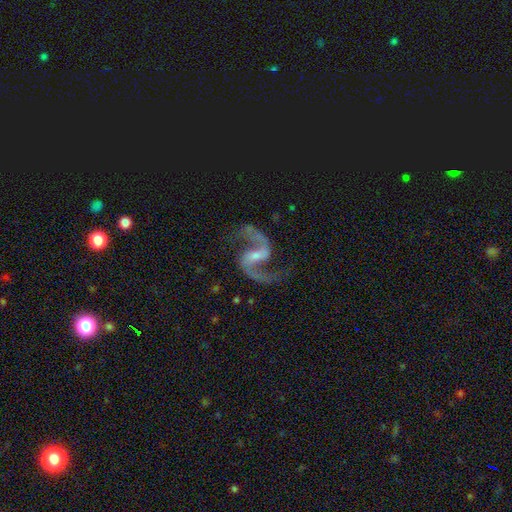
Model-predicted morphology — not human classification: A featured or disk galaxy (93%) with a weak bar (44%), 2 (94%) loose (51%) spiral arms (98%) and a small central bulge (58%). Merging: none (79%).